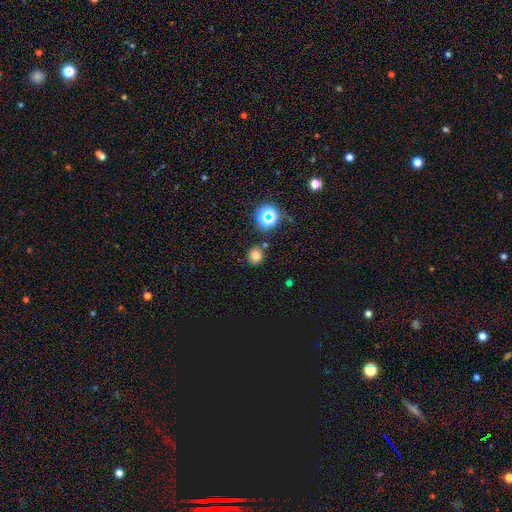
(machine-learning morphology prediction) smooth_or_featured: smooth (p=0.73) [alt: star or artifact p=0.21]
how_rounded: round (p=0.84) [alt: in between p=0.15]
merging: none (p=0.80) [alt: minor disturbance p=0.12]